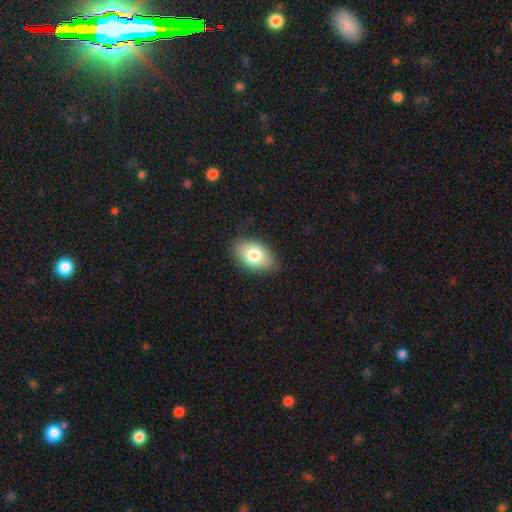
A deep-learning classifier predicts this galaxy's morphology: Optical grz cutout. It shows a smooth galaxy with no disk features (77%) that is in between round and cigar-shaped (86%). Merging: none (88%).